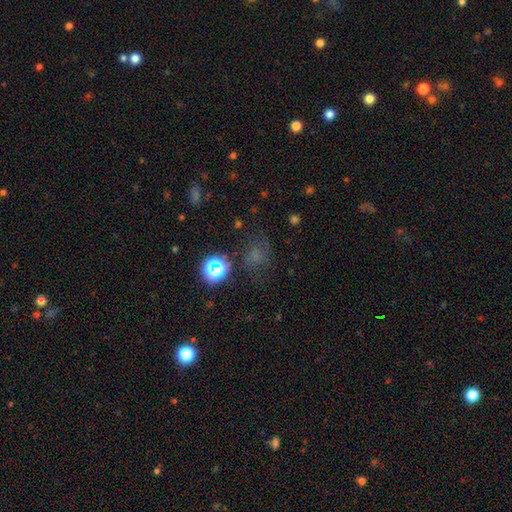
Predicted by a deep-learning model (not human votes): Q: Smooth or featured?
A: smooth (50%); runner-up: star or artifact (36%)
Q: Merging?
A: none (61%); runner-up: minor disturbance (20%)